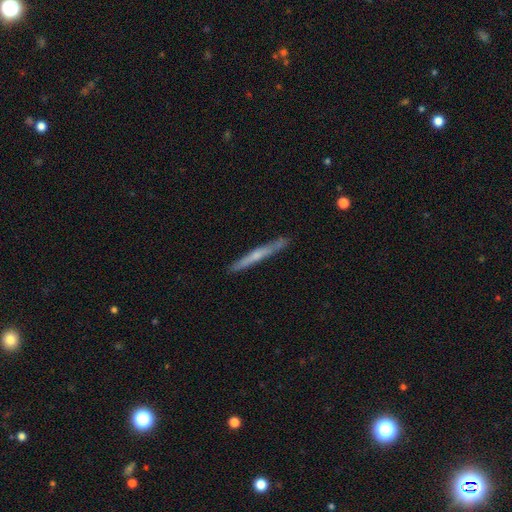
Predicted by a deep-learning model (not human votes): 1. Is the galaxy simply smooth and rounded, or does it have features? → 49% featured or disk, 46% smooth, 6% star or artifact.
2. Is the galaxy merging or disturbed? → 87% none, 10% minor disturbance, 2% major disturbance, 2% merger.